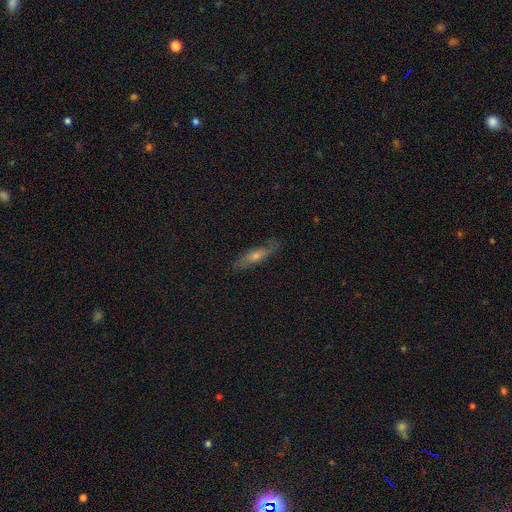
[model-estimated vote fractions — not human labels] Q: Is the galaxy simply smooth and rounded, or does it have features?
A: featured or disk — 50%.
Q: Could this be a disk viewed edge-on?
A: yes — 65%.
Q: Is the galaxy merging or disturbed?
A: none — 82%.